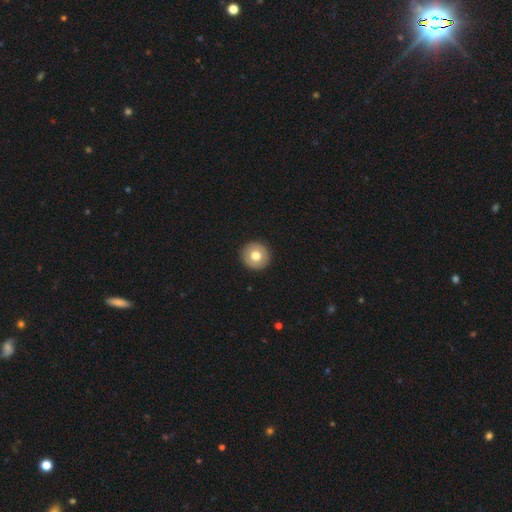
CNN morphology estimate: smooth_or_featured: smooth (p=0.71) [alt: featured or disk p=0.22]
how_rounded: round (p=0.95) [alt: in between p=0.05]
merging: none (p=0.93) [alt: minor disturbance p=0.05]